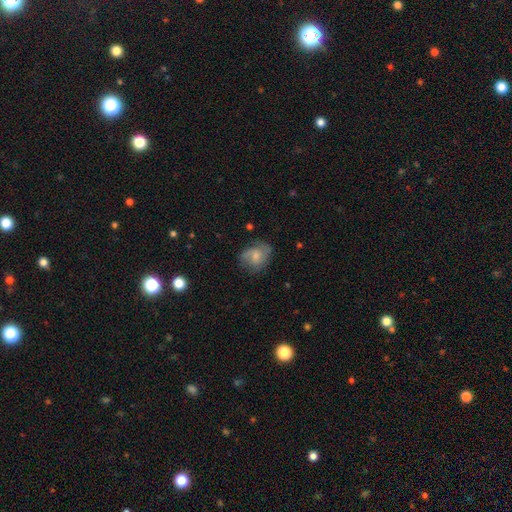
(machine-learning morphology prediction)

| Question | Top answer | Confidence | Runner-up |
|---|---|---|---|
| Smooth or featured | smooth | 56% | featured or disk (36%) |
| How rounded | round | 54% | in between (45%) |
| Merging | none | 58% | minor disturbance (28%) |